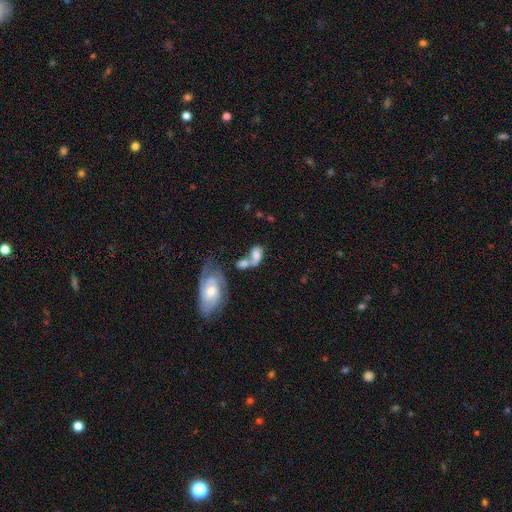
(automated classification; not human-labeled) Morphology: type=smooth (54%); roundness=in between (83%); merging=merger (60%).